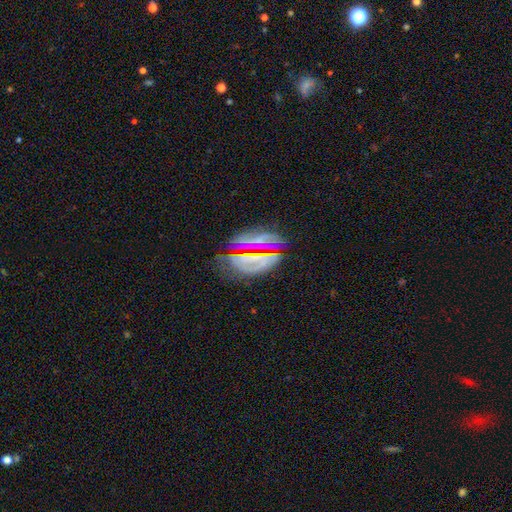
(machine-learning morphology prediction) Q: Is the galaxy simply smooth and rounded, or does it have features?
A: featured or disk — 49%.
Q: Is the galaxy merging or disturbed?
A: none — 54%.